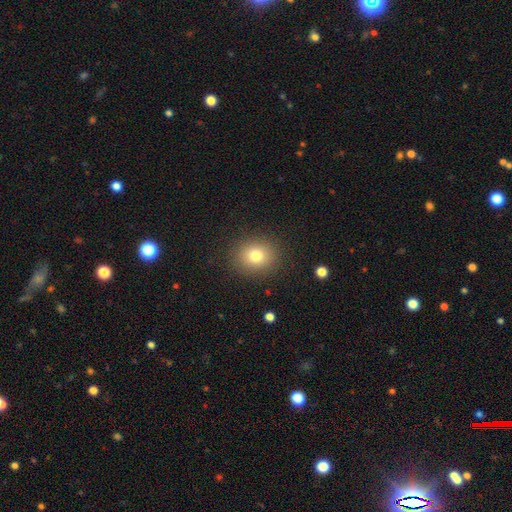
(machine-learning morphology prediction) smooth 79%, star or artifact 12%, featured or disk 9%. Down the decision tree: how rounded — round (74%); merging — none (88%).